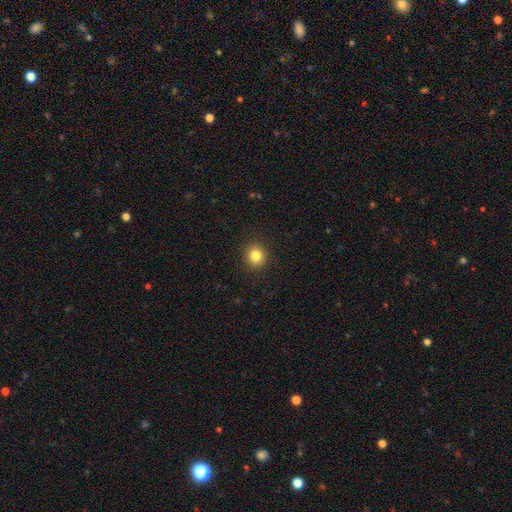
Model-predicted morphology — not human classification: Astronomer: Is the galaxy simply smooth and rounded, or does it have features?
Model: smooth — 83%.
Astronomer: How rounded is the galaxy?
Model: round — 86%.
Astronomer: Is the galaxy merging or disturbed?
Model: none — 92%.